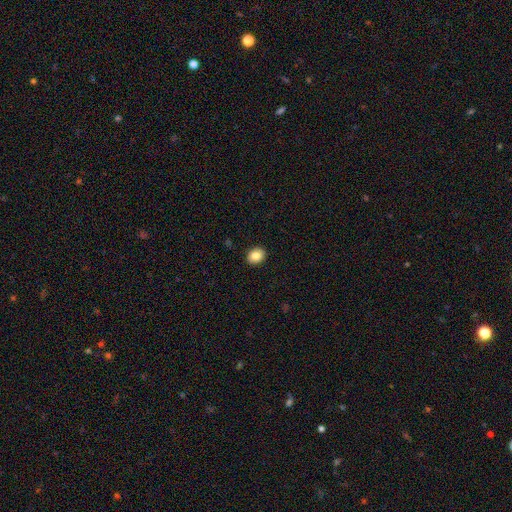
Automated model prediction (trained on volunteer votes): smooth_or_featured: smooth (p=0.83) [alt: star or artifact p=0.09]
how_rounded: round (p=0.53) [alt: in between p=0.46]
merging: none (p=0.91) [alt: minor disturbance p=0.06]